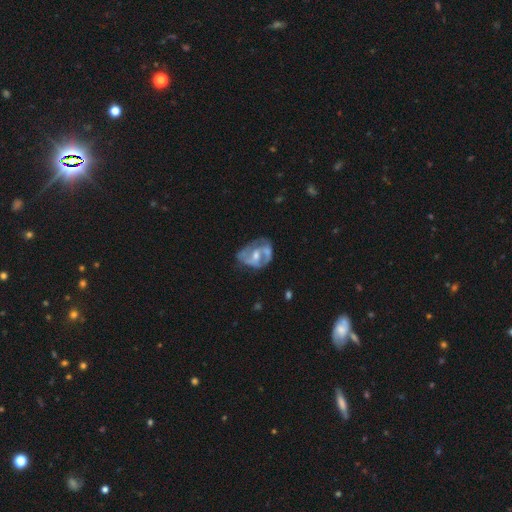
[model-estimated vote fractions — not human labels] Q: Smooth or featured?
A: featured or disk (70%); runner-up: smooth (22%)
Q: Edge-on disk?
A: no (97%); runner-up: yes (3%)
Q: Bar?
A: no (54%); runner-up: weak (33%)
Q: Spiral arms?
A: yes (53%); runner-up: no (47%)
Q: Bulge size?
A: moderate (59%); runner-up: small (28%)
Q: Merging?
A: none (36%); runner-up: minor disturbance (22%)